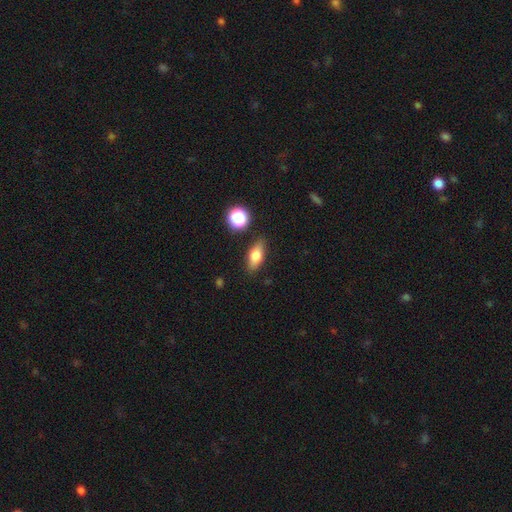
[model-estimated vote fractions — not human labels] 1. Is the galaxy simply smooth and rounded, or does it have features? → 75% smooth, 16% featured or disk, 9% star or artifact.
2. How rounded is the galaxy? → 76% in between, 15% cigar-shaped, 9% round.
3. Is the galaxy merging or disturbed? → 83% none, 11% minor disturbance, 3% major disturbance, 3% merger.